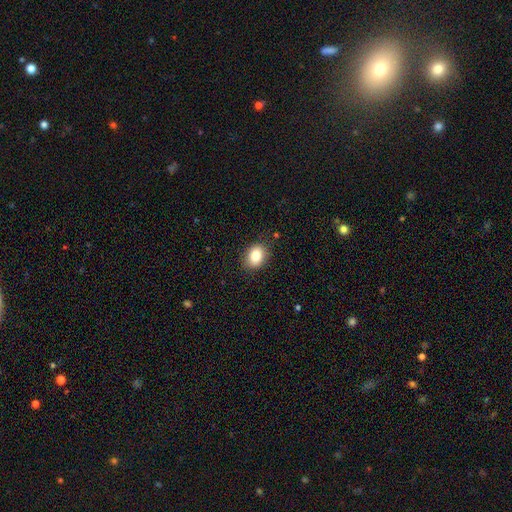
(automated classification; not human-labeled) A smooth galaxy with no disk features (83%) that is in between round and cigar-shaped (62%). Merging: none (86%).